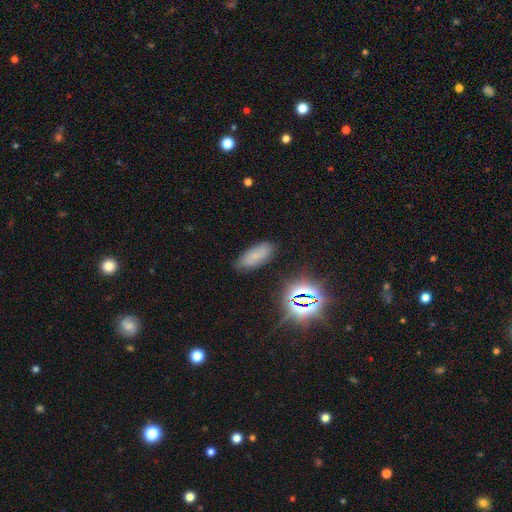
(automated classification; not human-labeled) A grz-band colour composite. It shows a smooth galaxy with no disk features (62%) that is in between round and cigar-shaped (83%). Merging: none (81%).